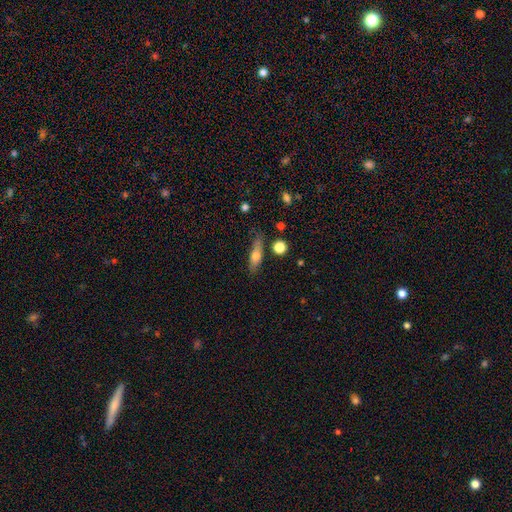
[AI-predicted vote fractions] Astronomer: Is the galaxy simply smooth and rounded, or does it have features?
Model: smooth — 62%.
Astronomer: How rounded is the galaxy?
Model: cigar-shaped — 52% (runner-up: in between, 42%).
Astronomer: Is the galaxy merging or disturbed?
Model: none — 65%.